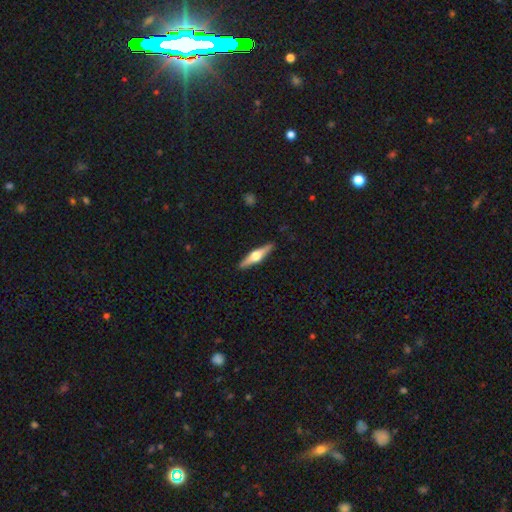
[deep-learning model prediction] Smooth or featured?
  - featured or disk: 69% *
  - smooth: 26%
  - star or artifact: 5%
Edge-on disk?
  - yes: 97% *
  - no: 3%
Edge-on bulge?
  - rounded: 96% *
  - boxy: 3%
  - none: 2%
Merging?
  - none: 91% *
  - minor disturbance: 6%
  - major disturbance: 1%
  - merger: 1%